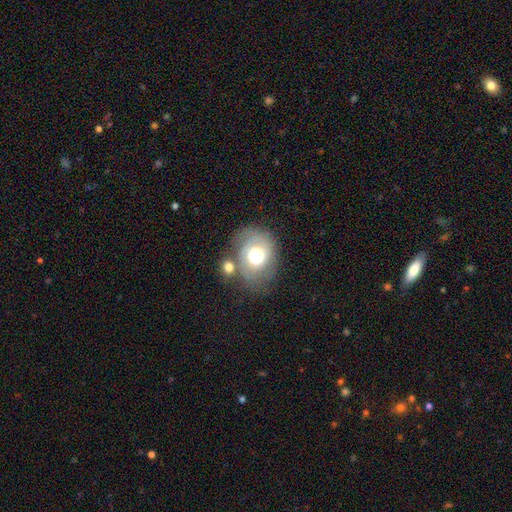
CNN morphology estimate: Smooth or featured? smooth (53%)
How rounded? in between (53%)
Merging? none (51%)